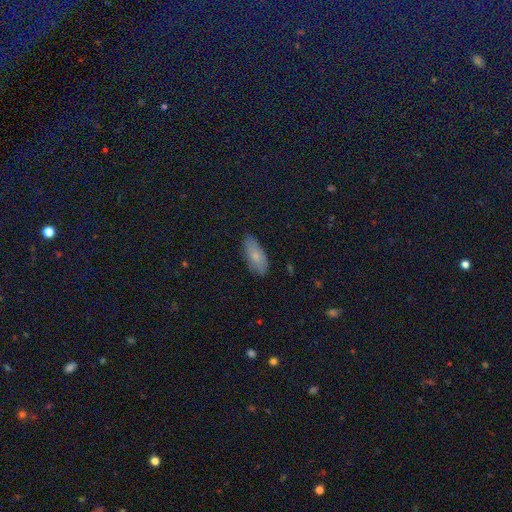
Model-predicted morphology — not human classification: This appears to be a smooth galaxy with no disk features (73%) that is in between round and cigar-shaped (85%). Merging: none (81%).